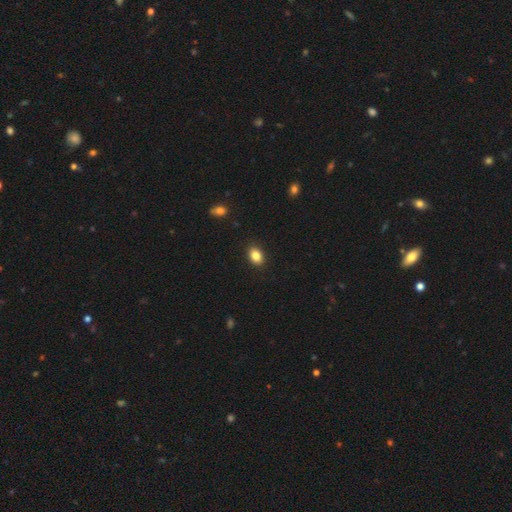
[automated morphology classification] smooth 86%, star or artifact 9%, featured or disk 5%. Down the decision tree: how rounded — in between (76%); merging — none (89%).